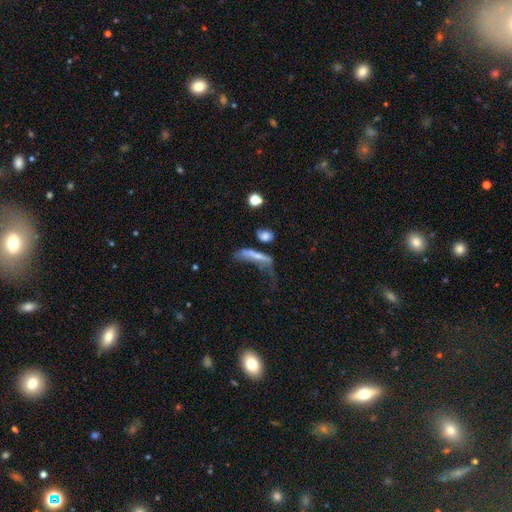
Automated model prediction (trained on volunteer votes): This appears to be a smooth galaxy with no disk features (51%) that is cigar-shaped (63%). Merging: major disturbance (45%).